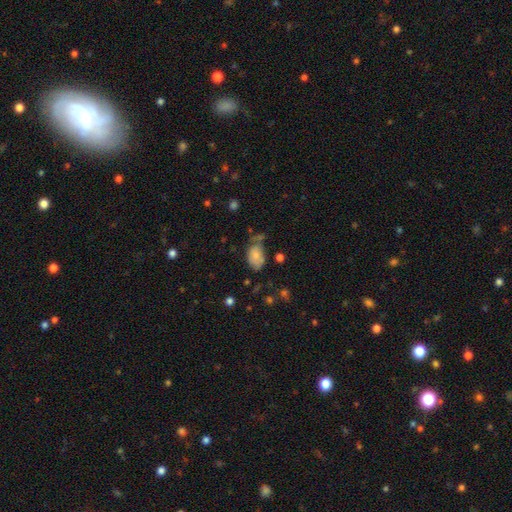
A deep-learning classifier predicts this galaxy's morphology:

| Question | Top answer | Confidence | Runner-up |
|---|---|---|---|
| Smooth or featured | smooth | 75% | featured or disk (16%) |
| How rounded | in between | 88% | round (11%) |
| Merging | none | 42% | minor disturbance (32%) |